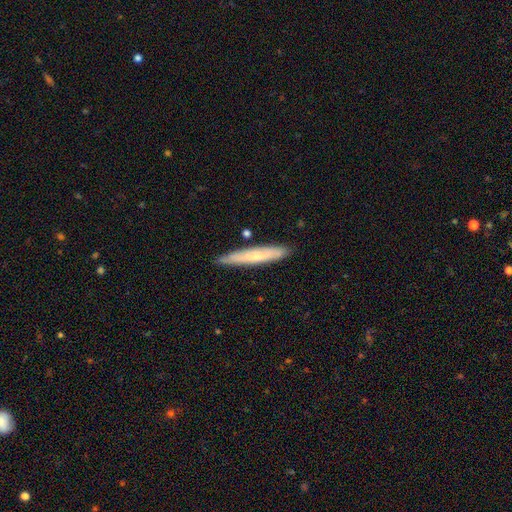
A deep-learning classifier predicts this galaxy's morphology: A smooth galaxy with no disk features (58%) that is cigar-shaped (93%). Merging: none (86%).